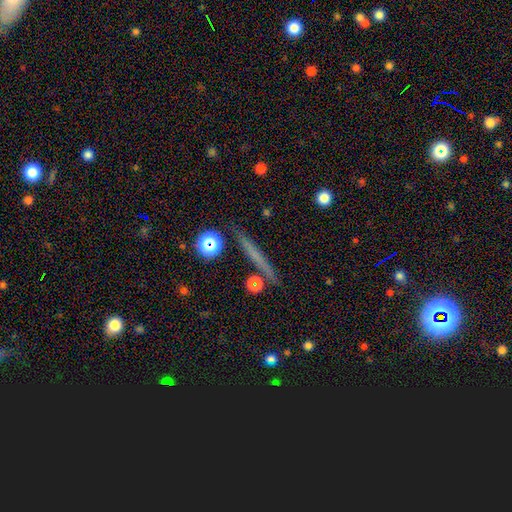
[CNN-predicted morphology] This is possibly a smooth galaxy (47%). Merging: clearly none (87%).